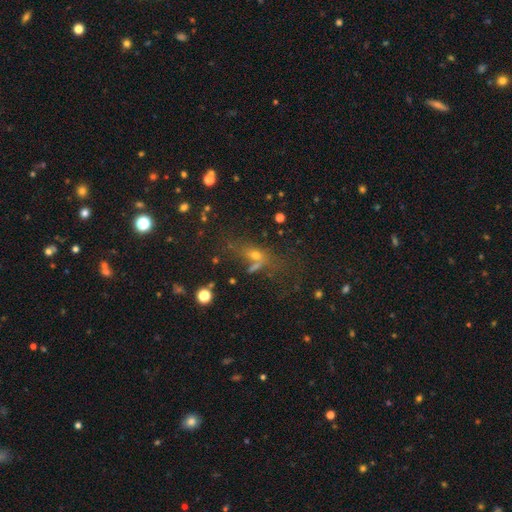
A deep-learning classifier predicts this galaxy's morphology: Q: Smooth or featured?
A: smooth (46%); runner-up: star or artifact (30%)
Q: Merging?
A: none (44%); runner-up: major disturbance (20%)